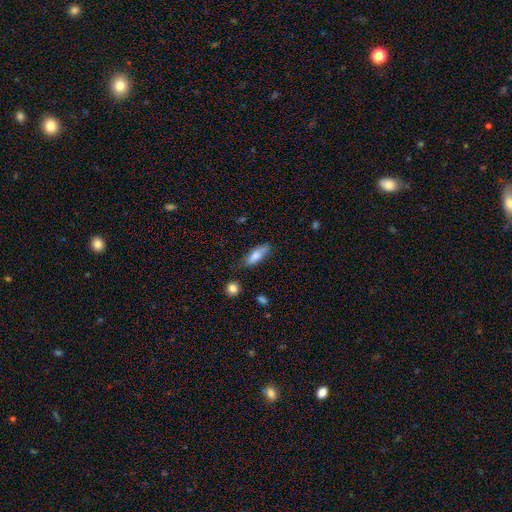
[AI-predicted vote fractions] Smooth or featured? Predicted: smooth (p=0.78). How rounded? Predicted: in between (p=0.64). Merging? Predicted: none (p=0.66).